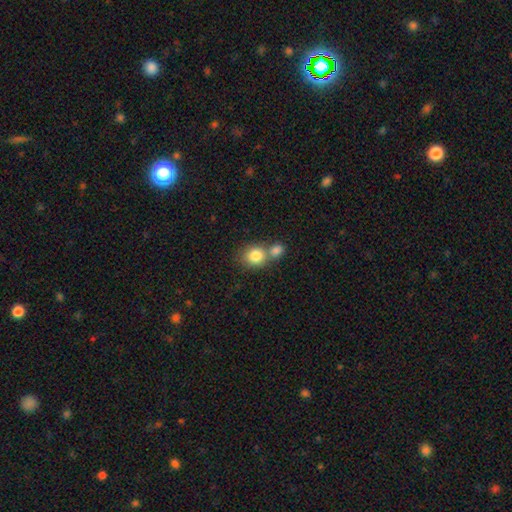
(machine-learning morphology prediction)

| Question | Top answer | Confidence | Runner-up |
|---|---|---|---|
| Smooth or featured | smooth | 83% | star or artifact (9%) |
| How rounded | round | 76% | in between (23%) |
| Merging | merger | 47% | none (42%) |